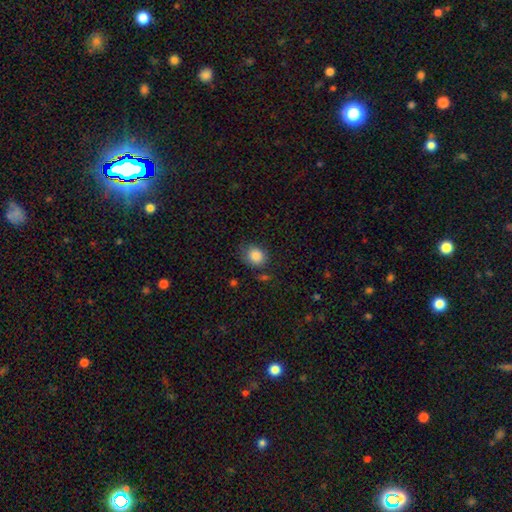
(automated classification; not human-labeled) Q: Smooth or featured?
A: smooth (87%); runner-up: star or artifact (9%)
Q: How rounded?
A: round (61%); runner-up: in between (38%)
Q: Merging?
A: none (65%); runner-up: minor disturbance (24%)